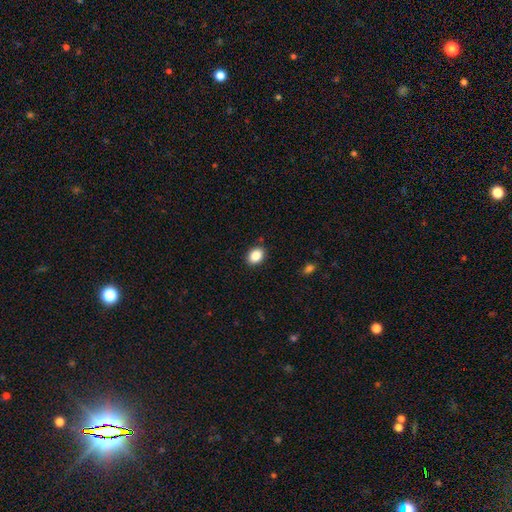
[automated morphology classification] smooth 87%, star or artifact 9%, featured or disk 4%. Down the decision tree: how rounded — in between (65%); merging — none (88%).